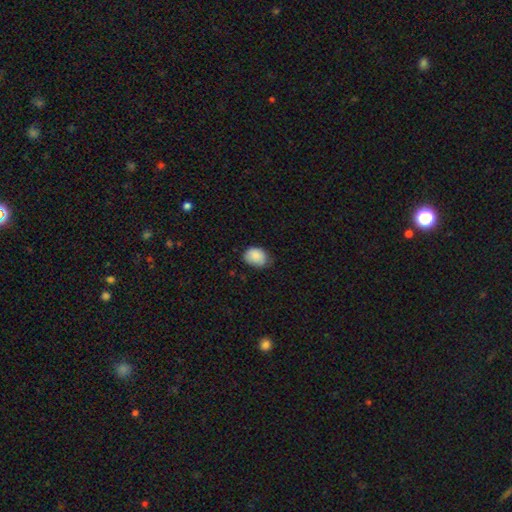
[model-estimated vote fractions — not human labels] Smooth or featured?
  - smooth: 86% *
  - star or artifact: 7%
  - featured or disk: 6%
How rounded?
  - in between: 64% *
  - round: 35%
  - cigar-shaped: 1%
Merging?
  - none: 63% *
  - minor disturbance: 32%
  - major disturbance: 5%
  - merger: 1%